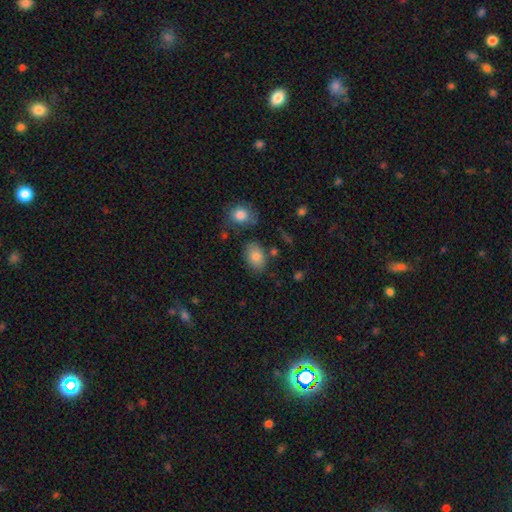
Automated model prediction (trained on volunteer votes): A smooth galaxy with no disk features (82%) that is in between round and cigar-shaped (83%). Merging: none (75%).